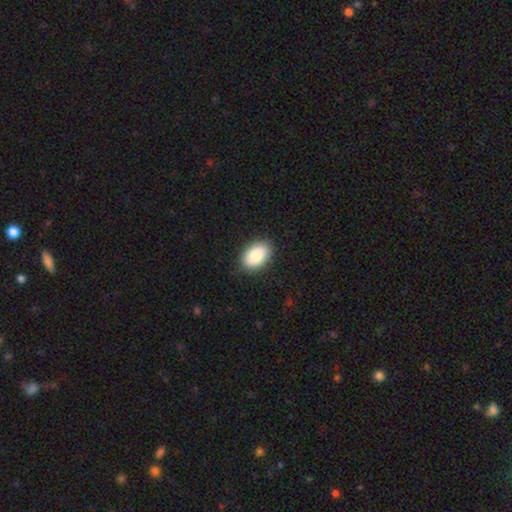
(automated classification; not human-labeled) The model was most divided on "merging": none: 88%, minor disturbance: 9%, major disturbance: 2%, merger: 1%. More confident: how rounded — in between (92%); smooth or featured — smooth (88%).